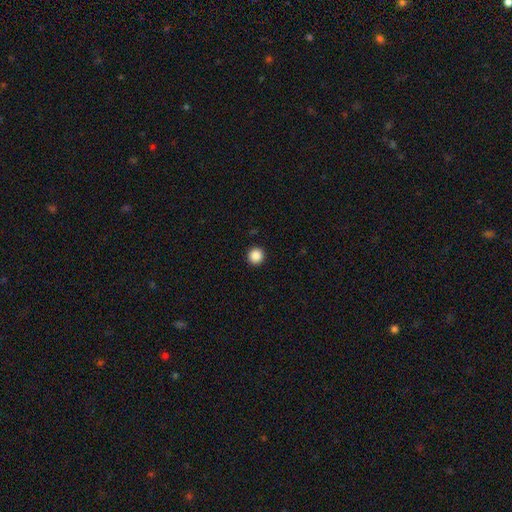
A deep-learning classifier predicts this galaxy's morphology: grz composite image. It shows a smooth galaxy with no disk features (88%) that is round (96%). Merging: none (93%).